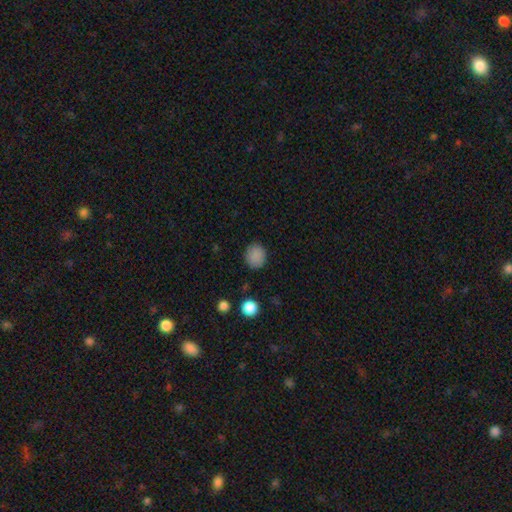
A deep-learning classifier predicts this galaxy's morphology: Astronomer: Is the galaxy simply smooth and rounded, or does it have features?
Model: smooth — 86%.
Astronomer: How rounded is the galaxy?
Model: round — 77%.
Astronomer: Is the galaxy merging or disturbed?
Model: none — 87%.